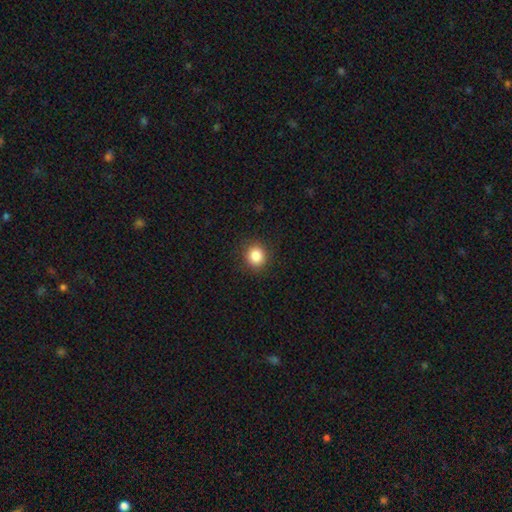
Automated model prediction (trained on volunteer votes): This is clearly a smooth galaxy (86%). How rounded: clearly round (87%). Merging: clearly none (90%).